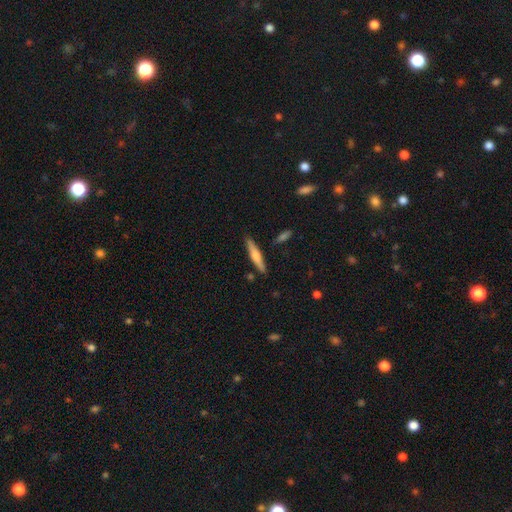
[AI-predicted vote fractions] Smooth or featured? smooth (53%)
How rounded? cigar-shaped (85%)
Merging? none (86%)